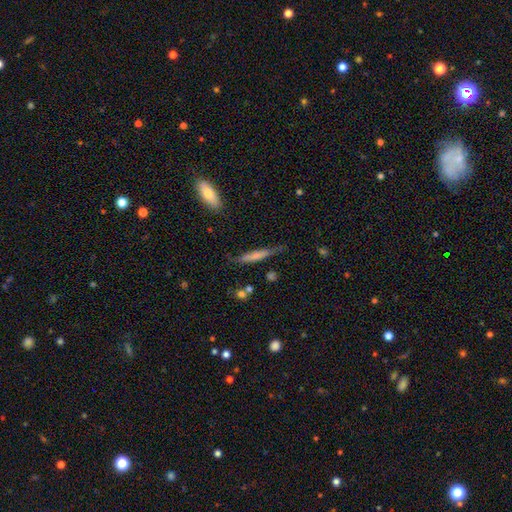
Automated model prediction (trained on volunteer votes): The model was most divided on "smooth or featured": smooth: 58%, featured or disk: 36%, star or artifact: 7%. More confident: how rounded — cigar-shaped (91%); merging — none (70%).